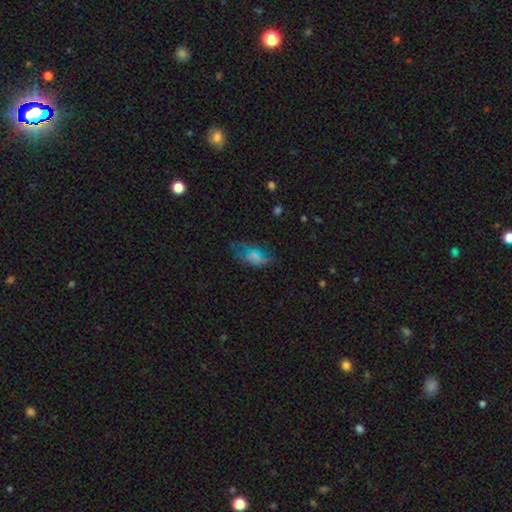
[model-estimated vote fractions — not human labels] The model was most divided on "merging": none: 41%, major disturbance: 28%, minor disturbance: 27%, merger: 4%. More confident: how rounded — in between (89%); smooth or featured — smooth (57%).